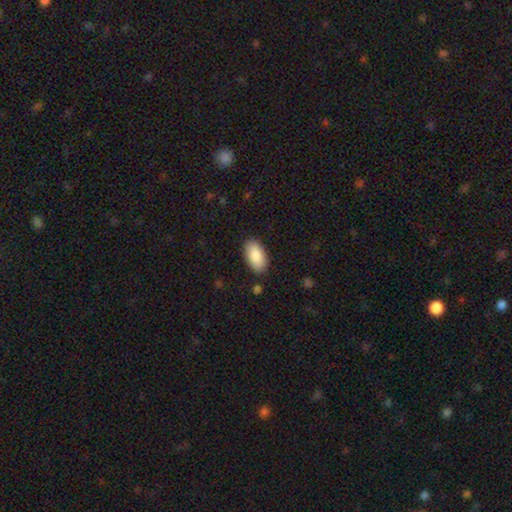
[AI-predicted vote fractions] Smooth or featured?
  - smooth: 87% *
  - featured or disk: 7%
  - star or artifact: 6%
How rounded?
  - in between: 94% *
  - cigar-shaped: 3%
  - round: 2%
Merging?
  - none: 87% *
  - minor disturbance: 9%
  - major disturbance: 2%
  - merger: 2%